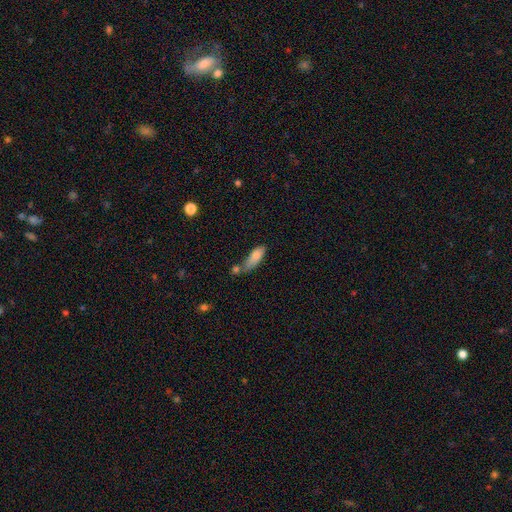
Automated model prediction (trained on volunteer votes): Smooth or featured?
  - smooth: 75% *
  - featured or disk: 17%
  - star or artifact: 8%
How rounded?
  - in between: 61% *
  - cigar-shaped: 36%
  - round: 3%
Merging?
  - none: 40% *
  - merger: 26%
  - minor disturbance: 24%
  - major disturbance: 10%